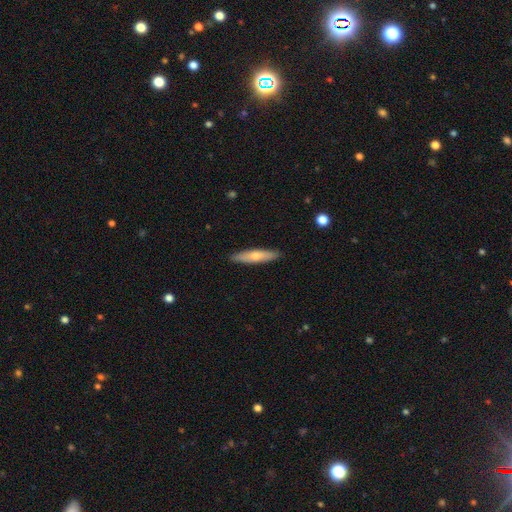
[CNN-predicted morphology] The model was most divided on "smooth or featured": smooth: 57%, featured or disk: 38%, star or artifact: 6%. More confident: merging — none (90%); how rounded — cigar-shaped (83%).